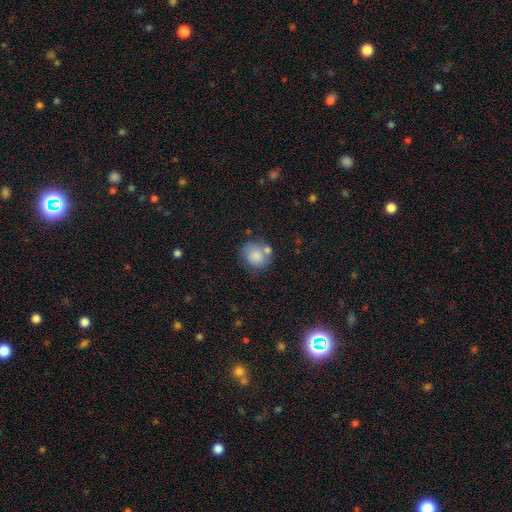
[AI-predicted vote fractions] Overall: smooth (80%). How rounded: round (74%). Merging: none (56%; merger 19%).